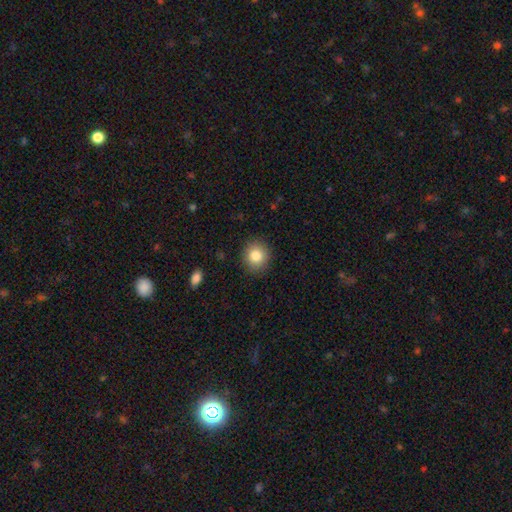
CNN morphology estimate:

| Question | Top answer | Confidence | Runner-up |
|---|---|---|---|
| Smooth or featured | smooth | 83% | star or artifact (9%) |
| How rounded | round | 88% | in between (11%) |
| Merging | none | 90% | minor disturbance (7%) |